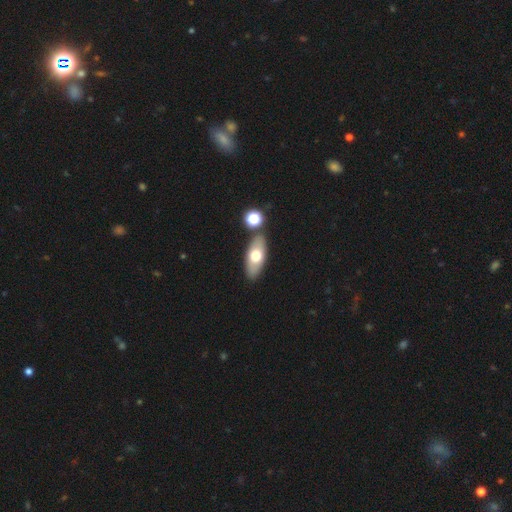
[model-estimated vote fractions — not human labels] Smooth or featured: smooth — 64% (featured or disk — 30%)
How rounded: in between — 83% (cigar-shaped — 13%)
Merging: none — 79% (minor disturbance — 9%)